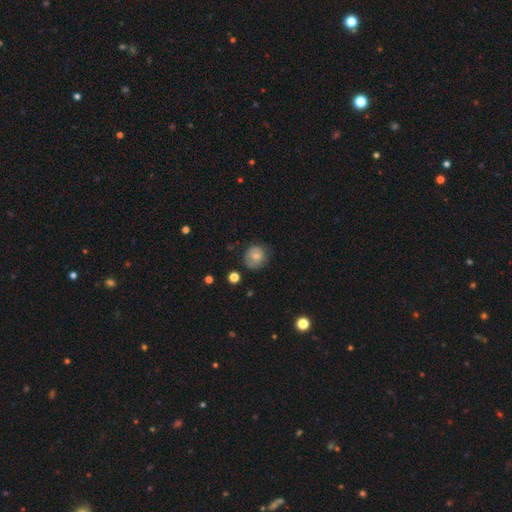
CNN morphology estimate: Smooth or featured?
  - smooth: 73% *
  - featured or disk: 18%
  - star or artifact: 9%
How rounded?
  - round: 86% *
  - in between: 13%
  - cigar-shaped: 1%
Merging?
  - none: 72% *
  - minor disturbance: 21%
  - major disturbance: 5%
  - merger: 2%